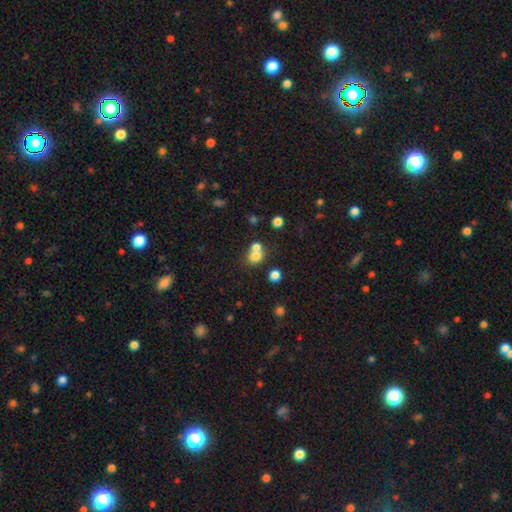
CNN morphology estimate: Smooth or featured: smooth — 74% (star or artifact — 14%)
How rounded: round — 75% (in between — 24%)
Merging: merger — 52% (none — 38%)